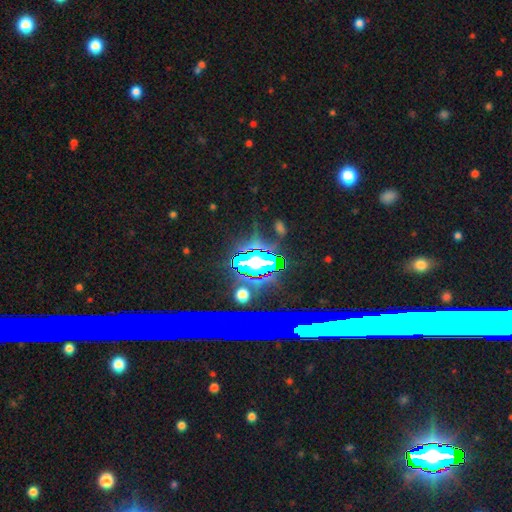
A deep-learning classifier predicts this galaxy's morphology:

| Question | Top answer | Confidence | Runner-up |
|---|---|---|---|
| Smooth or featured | star or artifact | 73% | featured or disk (14%) |